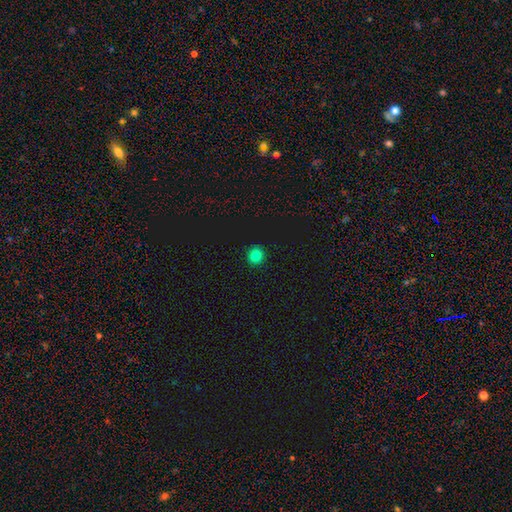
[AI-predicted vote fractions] smooth 84%, star or artifact 13%, featured or disk 3%. Down the decision tree: how rounded — round (91%); merging — none (92%).